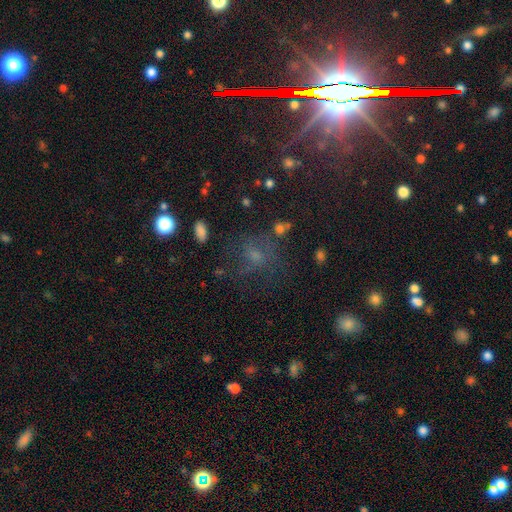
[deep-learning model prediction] This appears to be a smooth galaxy with no disk features (40%). Merging: none (59%).